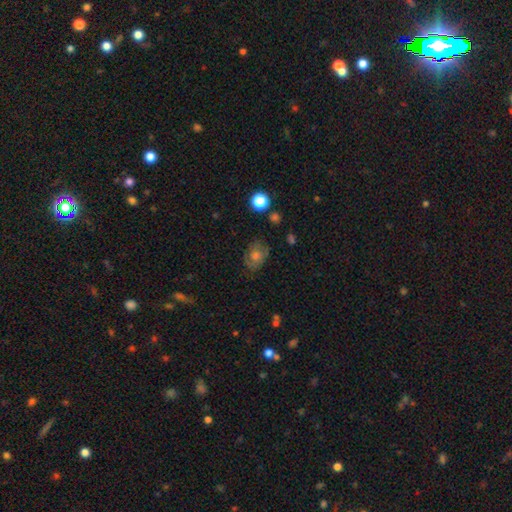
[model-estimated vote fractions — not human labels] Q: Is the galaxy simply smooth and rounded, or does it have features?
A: smooth — 48%.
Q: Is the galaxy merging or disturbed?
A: none — 76%.